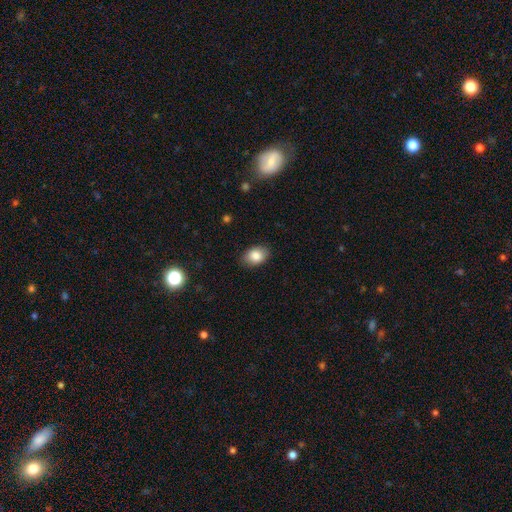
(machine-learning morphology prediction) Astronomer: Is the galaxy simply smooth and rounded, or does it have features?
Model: smooth — 85%.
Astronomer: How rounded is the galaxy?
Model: in between — 79%.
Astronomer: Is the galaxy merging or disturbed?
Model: none — 85%.